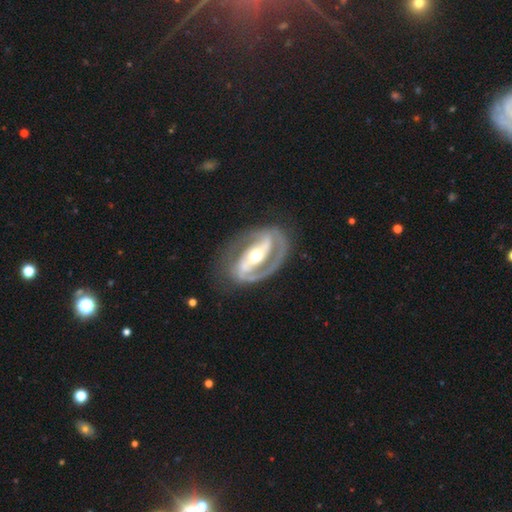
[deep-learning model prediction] The model was most divided on "spiral winding": medium: 45%, tight: 42%, loose: 13%. More confident: edge-on disk — no (96%); spiral arms — yes (93%); smooth or featured — featured or disk (90%); spiral arm count — 2 (81%); merging — none (73%); bulge size — moderate (71%); bar — strong (64%).